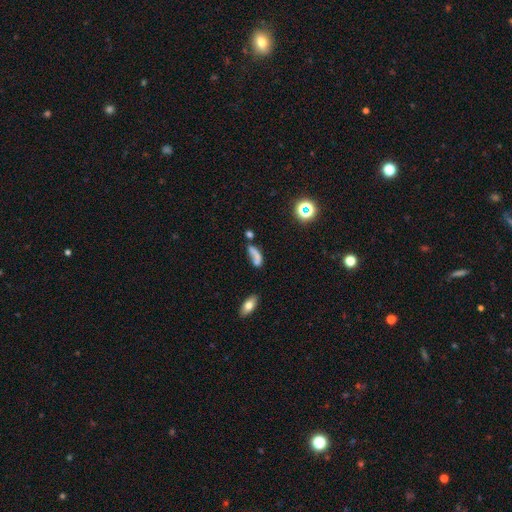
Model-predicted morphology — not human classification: This appears to be a smooth galaxy with no disk features (60%) that is in between round and cigar-shaped (63%). Merging: none (36%).